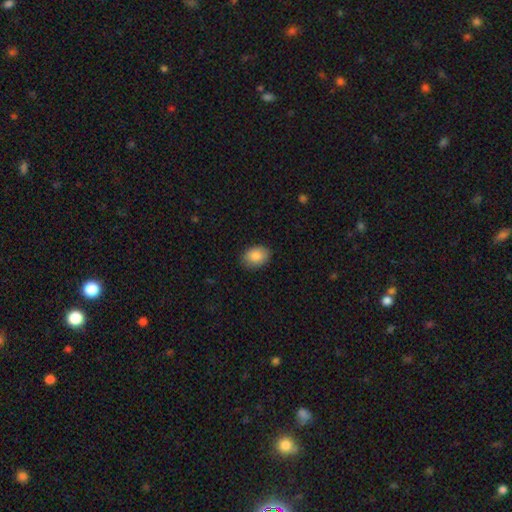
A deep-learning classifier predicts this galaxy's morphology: A smooth galaxy with no disk features (87%) that is in between round and cigar-shaped (77%).

Vote fractions:
- Smooth or featured? smooth: 87% / star or artifact: 7% / featured or disk: 6%
- How rounded? in between: 77% / round: 22% / cigar-shaped: 1%
- Merging? none: 86% / minor disturbance: 11% / major disturbance: 2% / merger: 1%